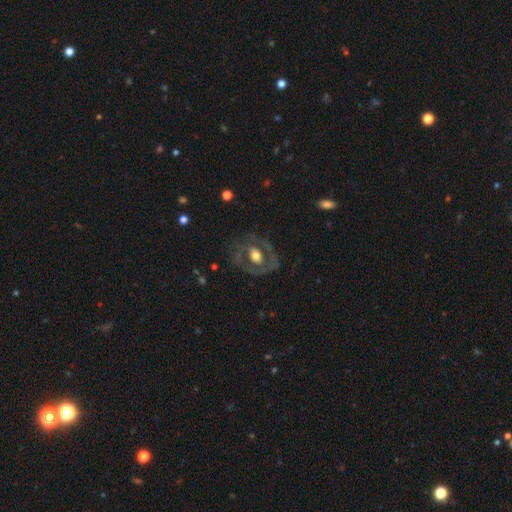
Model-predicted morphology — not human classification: Smooth or featured? featured or disk (65%)
Edge-on disk? no (95%)
Bar? no (72%)
Spiral arms? no (65%)
Bulge size? moderate (59%)
Merging? none (66%)